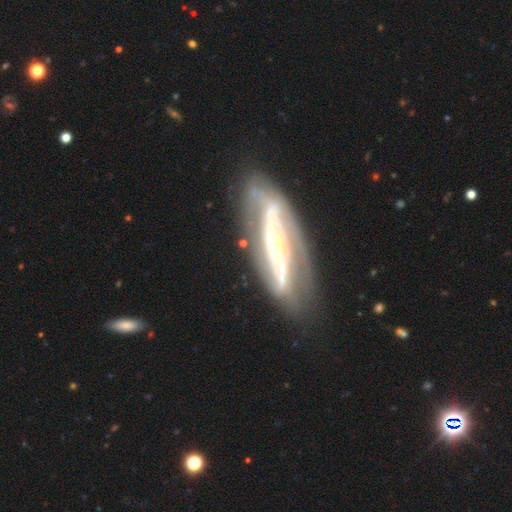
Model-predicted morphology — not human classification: smooth-or-featured: featured or disk: 83% | smooth: 12% | star or artifact: 5%
  disk-edge-on: no: 79% | yes: 21%
    bar: strong: 42% | no: 33% | weak: 24%
    has-spiral-arms: yes: 82% | no: 18%
      spiral-winding: tight: 42% | medium: 37% | loose: 21%
      spiral-arm-count: 2: 66% | can't tell: 23% | 1: 4% | 3: 3% | 4: 2% | more than 4: 2%
    bulge-size: small: 58% | moderate: 33% | large: 5% | none: 3% | dominant: 2%
  merging: none: 70% | minor disturbance: 18% | major disturbance: 9% | merger: 3%